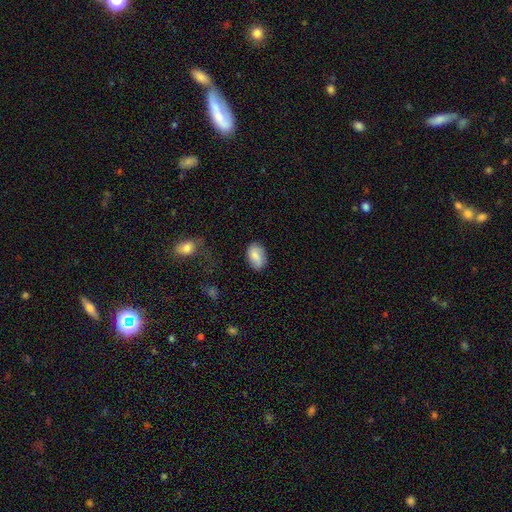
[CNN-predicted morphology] Overall: smooth (76%). How rounded: in between (88%). Merging: none (76%).